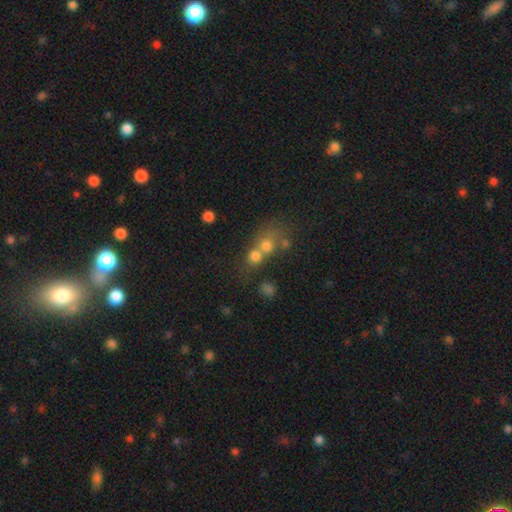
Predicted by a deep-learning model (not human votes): Overall: smooth (66%). How rounded: round (75%). Merging: merger (61%; none 28%).